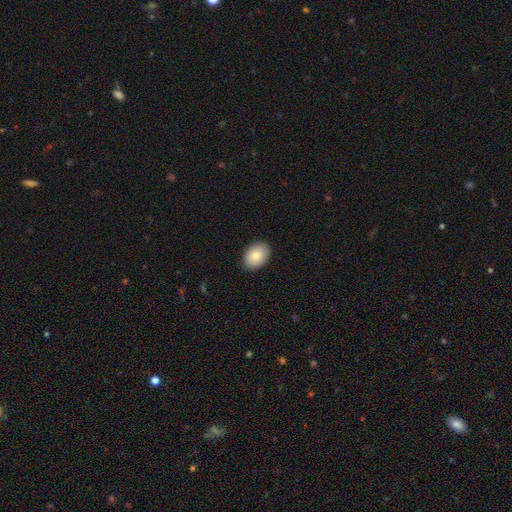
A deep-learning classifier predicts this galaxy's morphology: smooth_or_featured: smooth (p=0.83) [alt: featured or disk p=0.10]
how_rounded: in between (p=0.80) [alt: round p=0.19]
merging: none (p=0.89) [alt: minor disturbance p=0.08]